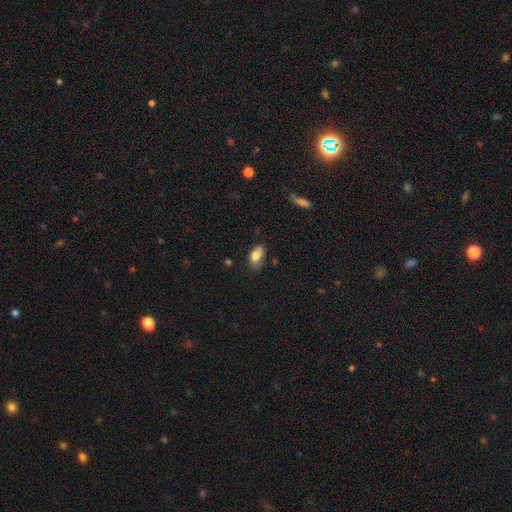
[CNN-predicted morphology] This is clearly a smooth galaxy (83%). How rounded: clearly in between (89%). Merging: likely none (61%).